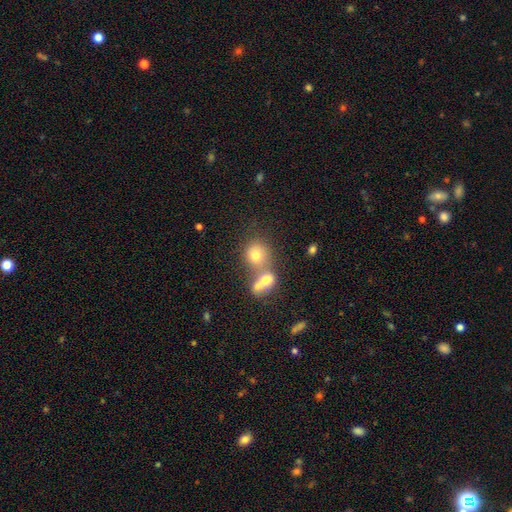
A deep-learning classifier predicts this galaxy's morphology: smooth 73%, featured or disk 15%, star or artifact 12%. Down the decision tree: how rounded — round (74%); merging — merger (53%).